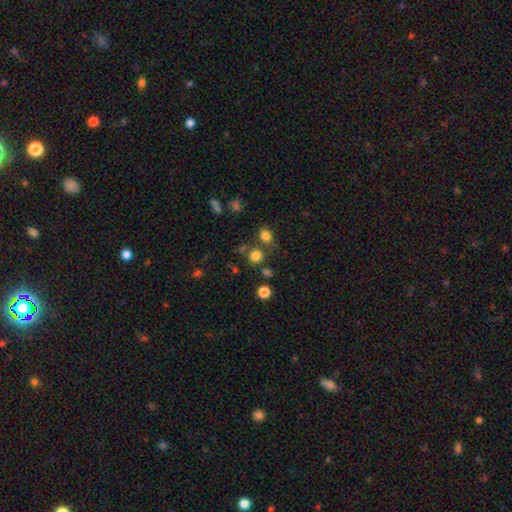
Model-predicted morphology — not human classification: Smooth or featured? Predicted: smooth (p=0.78). How rounded? Predicted: round (p=0.86). Merging? Predicted: none (p=0.72).